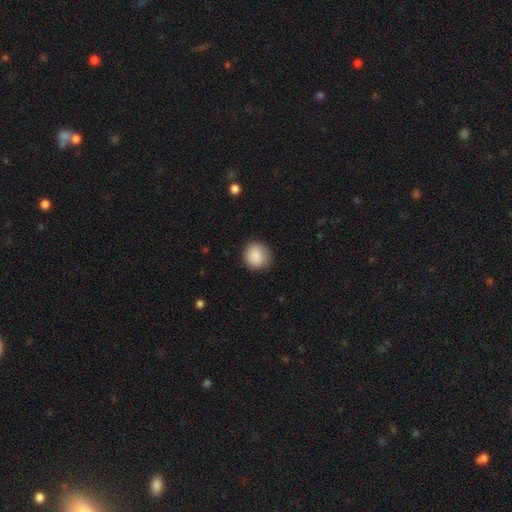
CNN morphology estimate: A smooth galaxy with no disk features (87%) that is round (84%).

Vote fractions:
- Smooth or featured? smooth: 87% / star or artifact: 7% / featured or disk: 5%
- How rounded? round: 84% / in between: 15% / cigar-shaped: 1%
- Merging? none: 86% / minor disturbance: 11% / major disturbance: 3% / merger: 1%